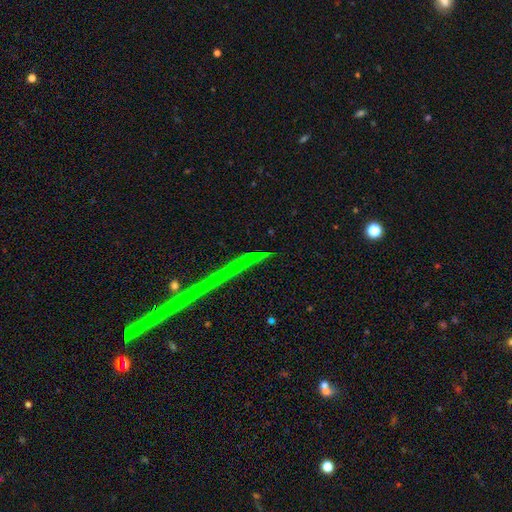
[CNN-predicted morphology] smooth_or_featured: star or artifact (p=0.77) [alt: featured or disk p=0.13]